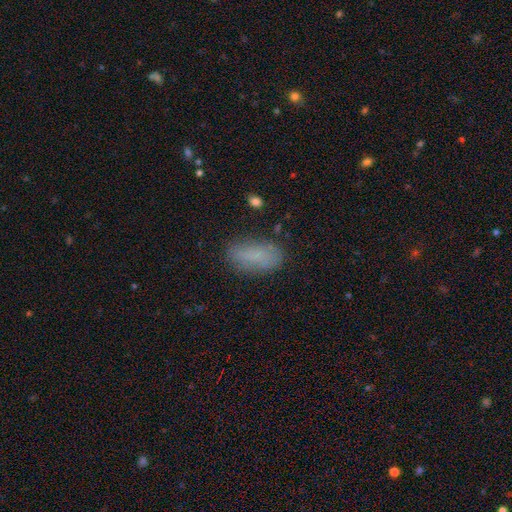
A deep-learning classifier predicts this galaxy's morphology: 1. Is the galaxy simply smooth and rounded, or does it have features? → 79% smooth, 11% featured or disk, 10% star or artifact.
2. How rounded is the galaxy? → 88% in between, 9% cigar-shaped, 3% round.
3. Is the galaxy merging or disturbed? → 76% none, 17% minor disturbance, 5% major disturbance, 2% merger.